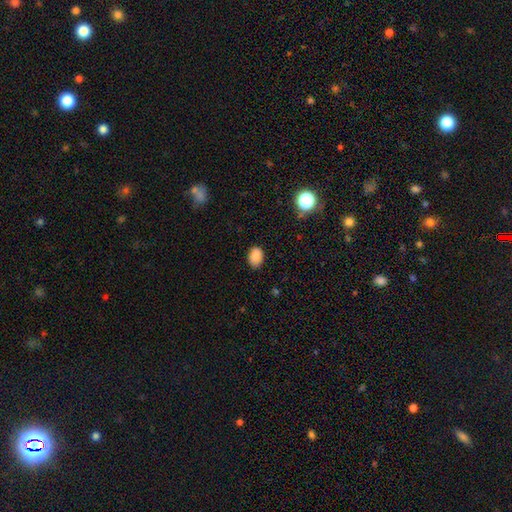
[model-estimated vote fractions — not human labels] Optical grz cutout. It shows a smooth galaxy with no disk features (85%) that is in between round and cigar-shaped (77%). Merging: none (79%).